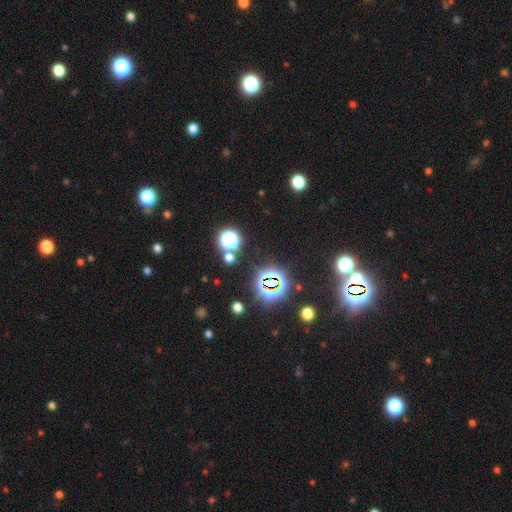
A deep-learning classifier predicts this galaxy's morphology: This is clearly a star or artifact rather than a galaxy (81%).